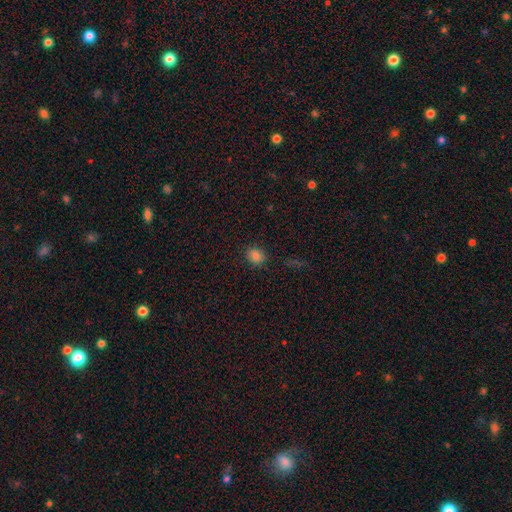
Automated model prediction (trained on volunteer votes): Smooth or featured: smooth — 82% (star or artifact — 13%)
How rounded: round — 60% (in between — 39%)
Merging: none — 86% (minor disturbance — 10%)